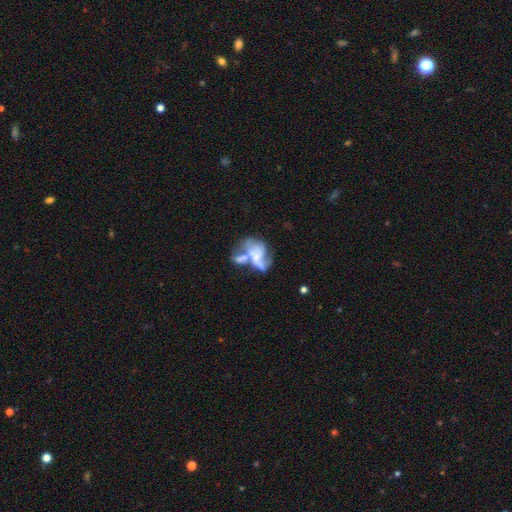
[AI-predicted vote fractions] A featured or disk galaxy (60%) with no bar (81%), no spiral arms (68%) and no central bulge (37%).

Vote fractions:
- Smooth or featured? featured or disk: 60% / smooth: 30% / star or artifact: 10%
- Edge-on disk? no: 97% / yes: 3%
- Bar? no: 81% / weak: 14% / strong: 5%
- Spiral arms? no: 68% / yes: 32%
- Bulge size? none: 37% / small: 35% / moderate: 22% / large: 4% / dominant: 2%
- Merging? merger: 52% / major disturbance: 24% / none: 15% / minor disturbance: 10%